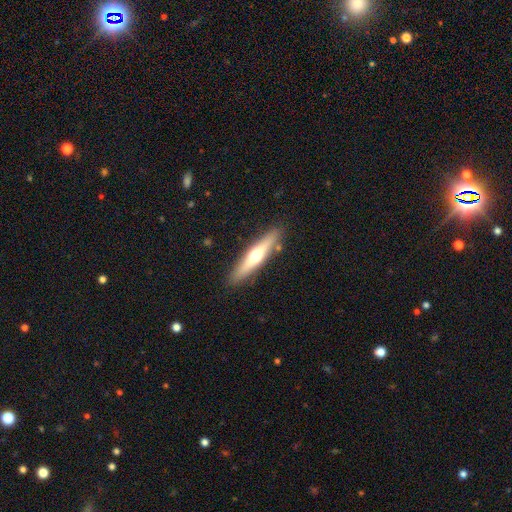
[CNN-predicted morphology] Smooth or featured: featured or disk — 52% (smooth — 42%)
Edge-on disk: yes — 91% (no — 9%)
Merging: none — 87% (minor disturbance — 9%)